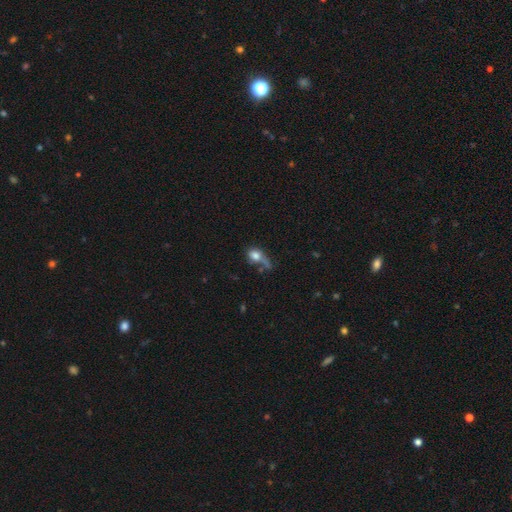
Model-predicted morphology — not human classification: This is likely a smooth galaxy (71%). How rounded: possibly round (48%). Merging: marginally none (31%).